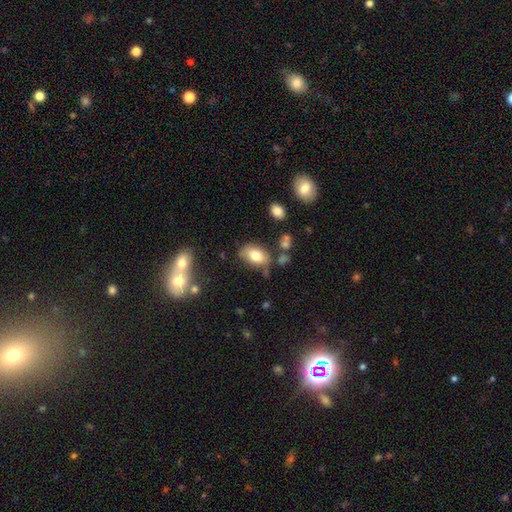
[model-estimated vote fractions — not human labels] This appears to be a smooth galaxy with no disk features (79%) that is in between round and cigar-shaped (89%). Merging: none (69%).